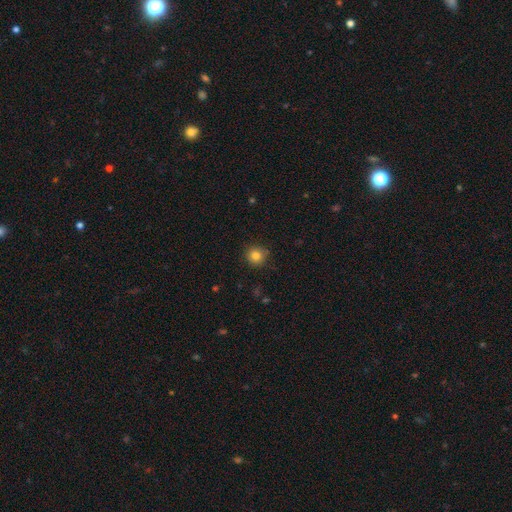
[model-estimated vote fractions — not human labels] A smooth galaxy with no disk features (82%) that is round (93%). Merging: none (88%).